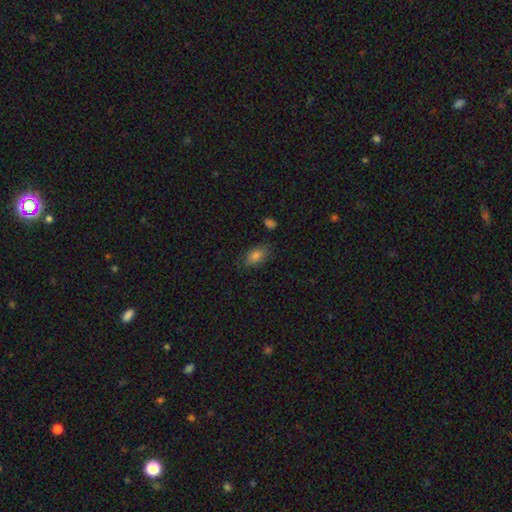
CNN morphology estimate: The model was most divided on "merging": none: 78%, minor disturbance: 15%, major disturbance: 4%, merger: 3%. More confident: how rounded — in between (89%); smooth or featured — smooth (81%).